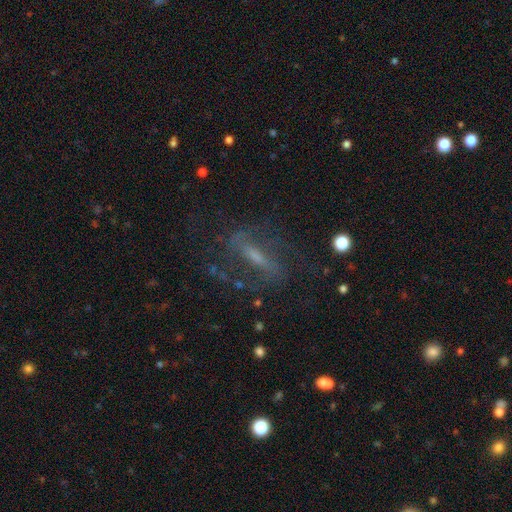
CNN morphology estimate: Overall: featured or disk (73%). Edge-on disk: no (80%). Bar: strong (52%; weak 34%). Spiral arms: yes (83%). Bulge size: small (46%; moderate 32%). Merging: none (67%).